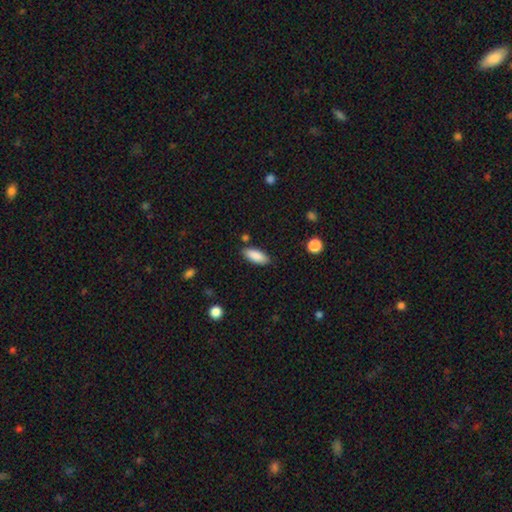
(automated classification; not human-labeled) A smooth galaxy with no disk features (88%) that is in between round and cigar-shaped (74%). Merging: none (86%).